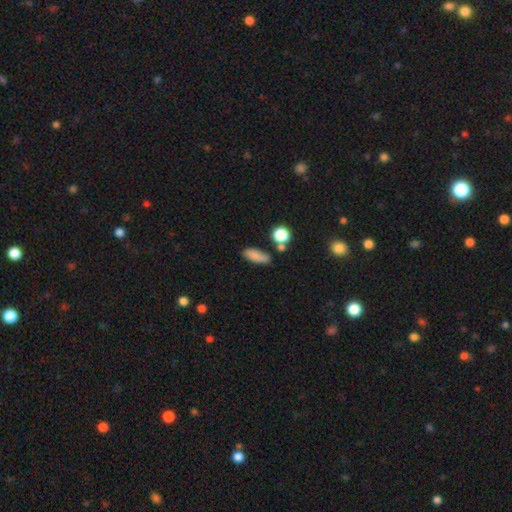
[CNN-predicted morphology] Smooth or featured?
  - smooth: 80% *
  - star or artifact: 11%
  - featured or disk: 9%
How rounded?
  - in between: 65% *
  - cigar-shaped: 28%
  - round: 7%
Merging?
  - none: 69% *
  - minor disturbance: 17%
  - merger: 9%
  - major disturbance: 5%